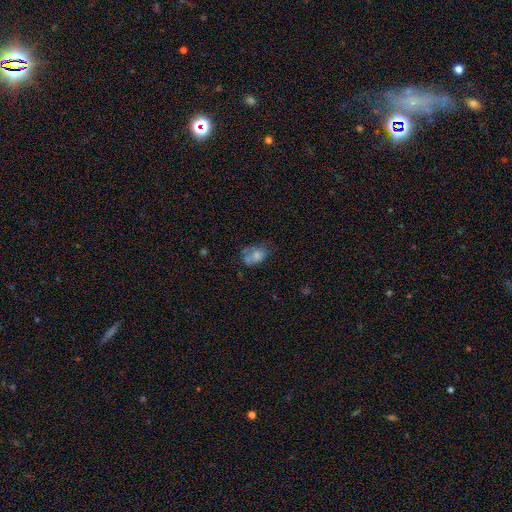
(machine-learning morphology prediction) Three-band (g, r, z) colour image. It shows a smooth galaxy with no disk features (62%) that is in between round and cigar-shaped (77%). Merging: none (32%).